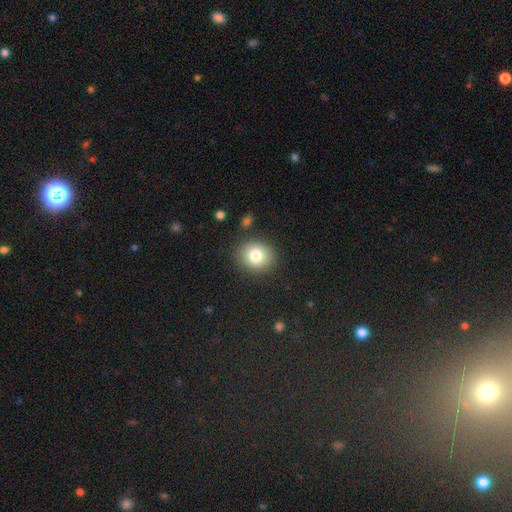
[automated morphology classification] Smooth or featured: smooth — 80% (star or artifact — 10%)
How rounded: round — 73% (in between — 26%)
Merging: none — 87% (minor disturbance — 8%)